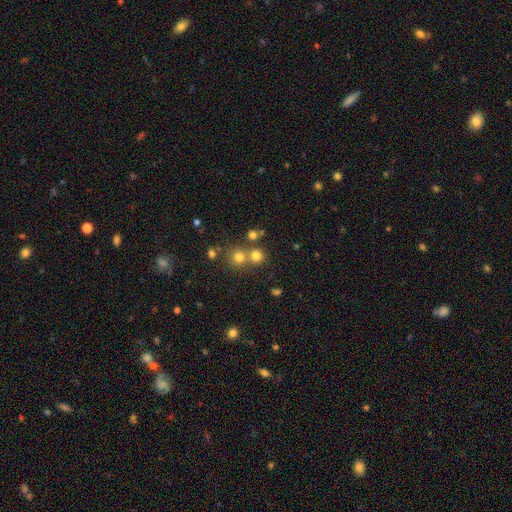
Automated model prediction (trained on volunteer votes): This appears to be a smooth galaxy with no disk features (73%) that is round (90%). Merging: none (61%).